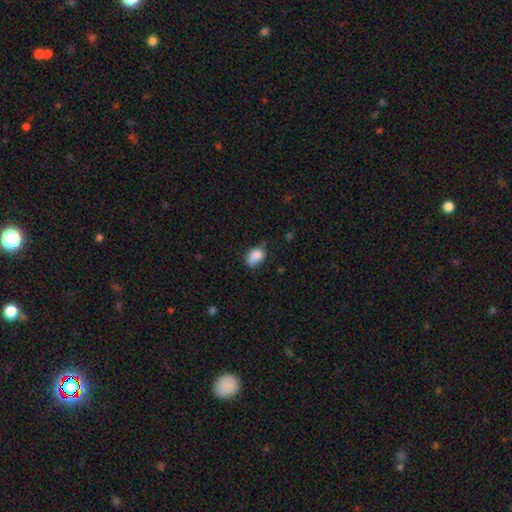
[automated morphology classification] The model was most divided on "merging": none: 43%, minor disturbance: 41%, major disturbance: 12%, merger: 3%. More confident: smooth or featured — smooth (83%); how rounded — in between (77%).